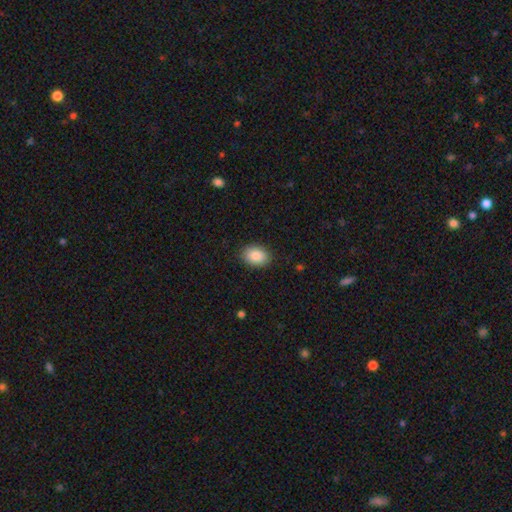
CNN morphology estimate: This appears to be a smooth galaxy with no disk features (88%) that is in between round and cigar-shaped (75%). Merging: none (87%).